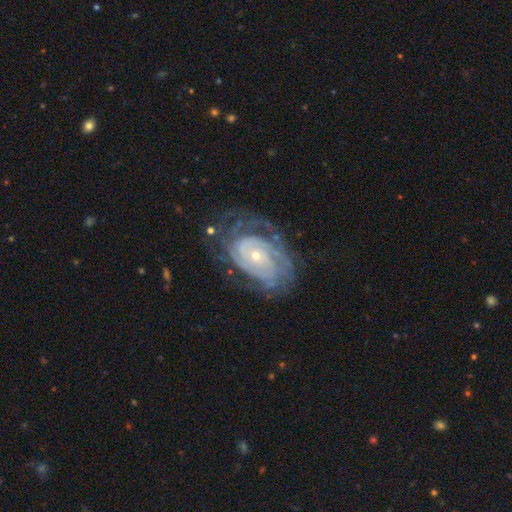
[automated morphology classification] Smooth or featured?
  - featured or disk: 87% *
  - smooth: 7%
  - star or artifact: 6%
Edge-on disk?
  - no: 96% *
  - yes: 4%
Bar?
  - no: 74% *
  - weak: 20%
  - strong: 6%
Spiral arms?
  - yes: 95% *
  - no: 5%
Spiral winding?
  - tight: 74% *
  - medium: 21%
  - loose: 5%
Spiral arm count?
  - can't tell: 34% *
  - 2: 25%
  - 3: 18%
  - 4: 12%
  - more than 4: 6%
  - 1: 6%
Bulge size?
  - small: 73% *
  - moderate: 24%
  - large: 1%
  - none: 1%
  - dominant: 1%
Merging?
  - none: 61% *
  - minor disturbance: 22%
  - major disturbance: 15%
  - merger: 2%